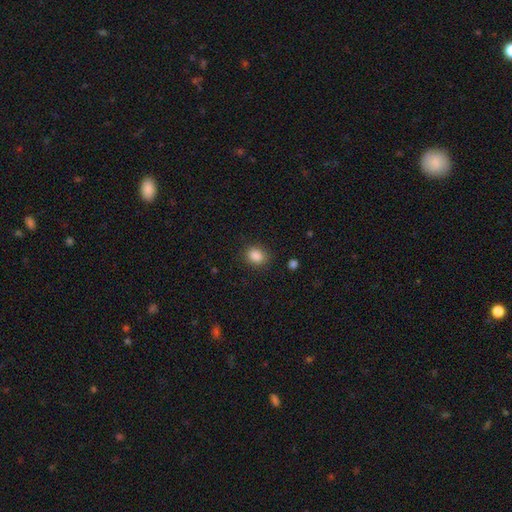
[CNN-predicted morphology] A smooth galaxy with no disk features (87%) that is round (51%).

Vote fractions:
- Smooth or featured? smooth: 87% / star or artifact: 10% / featured or disk: 4%
- How rounded? round: 51% / in between: 48% / cigar-shaped: 1%
- Merging? none: 83% / minor disturbance: 12% / major disturbance: 4% / merger: 2%